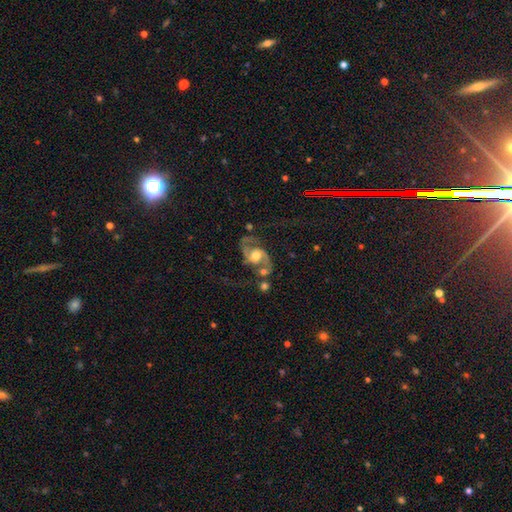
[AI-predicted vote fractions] Q: Smooth or featured?
A: featured or disk (87%); runner-up: smooth (7%)
Q: Edge-on disk?
A: no (97%); runner-up: yes (3%)
Q: Bar?
A: no (56%); runner-up: weak (34%)
Q: Spiral arms?
A: yes (95%); runner-up: no (5%)
Q: Spiral winding?
A: medium (48%); runner-up: loose (42%)
Q: Spiral arm count?
A: 2 (93%); runner-up: 1 (2%)
Q: Bulge size?
A: moderate (65%); runner-up: large (22%)
Q: Merging?
A: none (54%); runner-up: minor disturbance (19%)